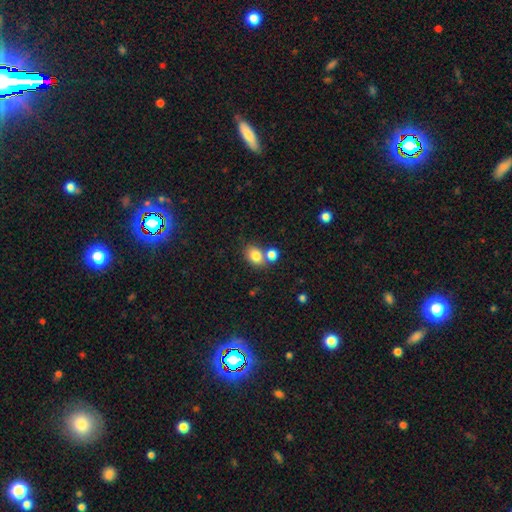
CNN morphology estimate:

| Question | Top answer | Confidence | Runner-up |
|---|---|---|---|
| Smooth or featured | smooth | 81% | star or artifact (10%) |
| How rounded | in between | 61% | round (38%) |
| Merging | none | 56% | merger (30%) |